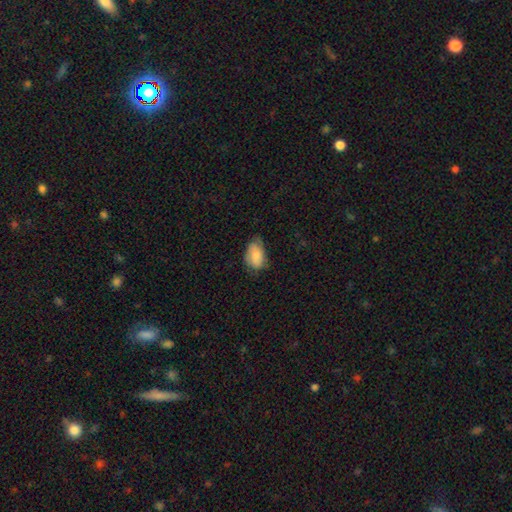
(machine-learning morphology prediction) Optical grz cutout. It shows a smooth galaxy with no disk features (75%) that is in between round and cigar-shaped (90%). Merging: none (53%).